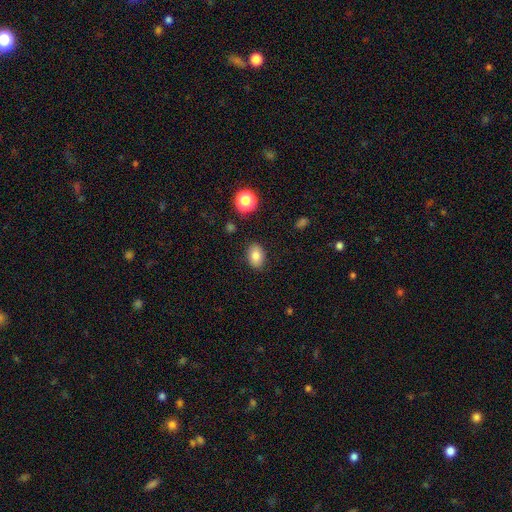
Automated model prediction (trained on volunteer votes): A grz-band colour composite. It shows a smooth galaxy with no disk features (83%) that is in between round and cigar-shaped (82%). Merging: none (86%).